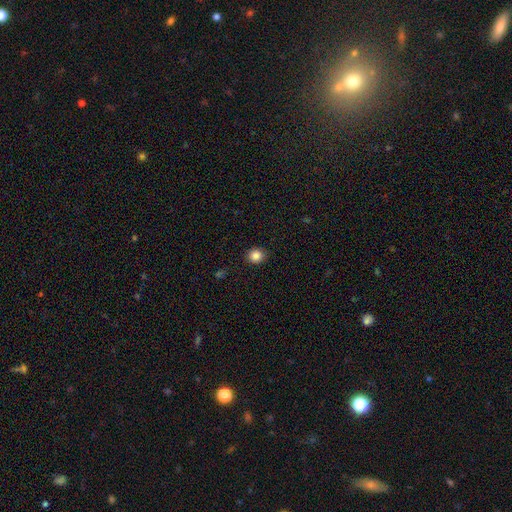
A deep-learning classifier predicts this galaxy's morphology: A smooth galaxy with no disk features (85%) that is round (86%).

Vote fractions:
- Smooth or featured? smooth: 85% / star or artifact: 11% / featured or disk: 4%
- How rounded? round: 86% / in between: 14% / cigar-shaped: 1%
- Merging? none: 91% / minor disturbance: 6% / major disturbance: 2% / merger: 1%